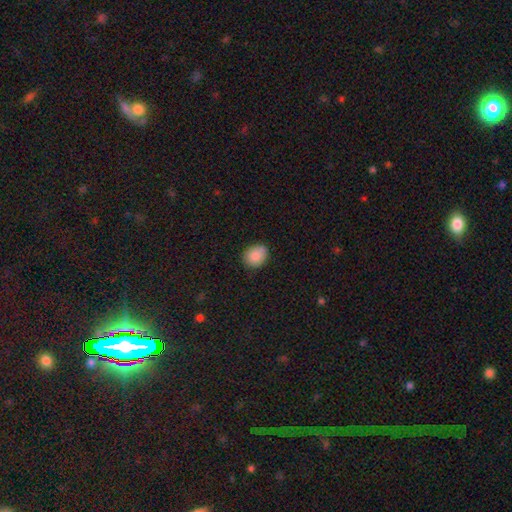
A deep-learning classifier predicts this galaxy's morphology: Smooth or featured?
  - smooth: 86% *
  - star or artifact: 8%
  - featured or disk: 6%
How rounded?
  - round: 55% *
  - in between: 45%
  - cigar-shaped: 1%
Merging?
  - none: 77% *
  - minor disturbance: 18%
  - major disturbance: 3%
  - merger: 2%